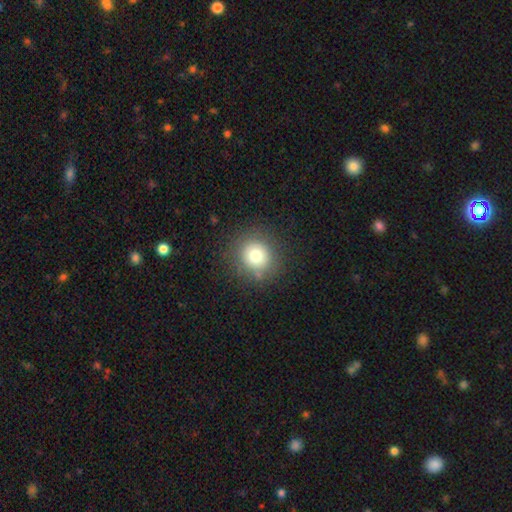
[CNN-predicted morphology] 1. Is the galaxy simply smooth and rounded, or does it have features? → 75% smooth, 13% star or artifact, 12% featured or disk.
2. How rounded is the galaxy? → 91% round, 9% in between, 1% cigar-shaped.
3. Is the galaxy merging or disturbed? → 85% none, 9% minor disturbance, 4% major disturbance, 2% merger.